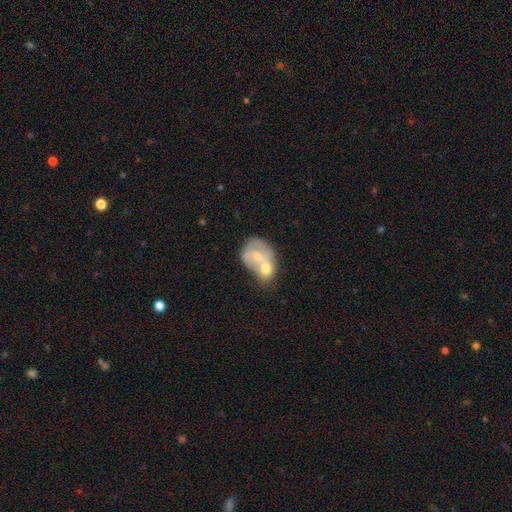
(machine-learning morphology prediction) smooth-or-featured: featured or disk: 47% | smooth: 46% | star or artifact: 7%
  merging: merger: 72% | none: 14% | minor disturbance: 8% | major disturbance: 6%